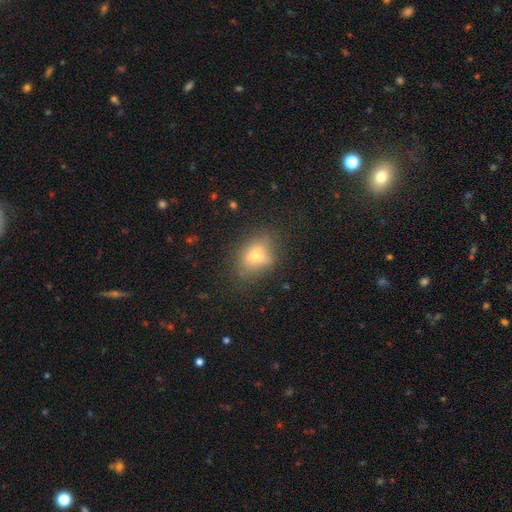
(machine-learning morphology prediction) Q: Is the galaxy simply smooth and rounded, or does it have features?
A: smooth — 64%.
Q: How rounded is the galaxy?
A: in between — 57%.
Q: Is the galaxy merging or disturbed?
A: none — 67%.